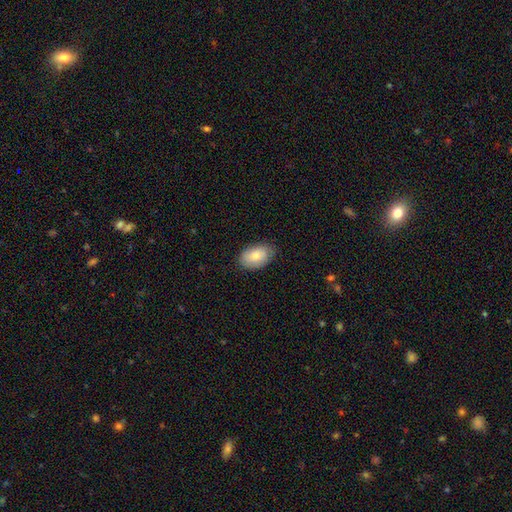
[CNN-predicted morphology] A smooth galaxy with no disk features (79%) that is in between round and cigar-shaped (93%). Merging: none (79%).